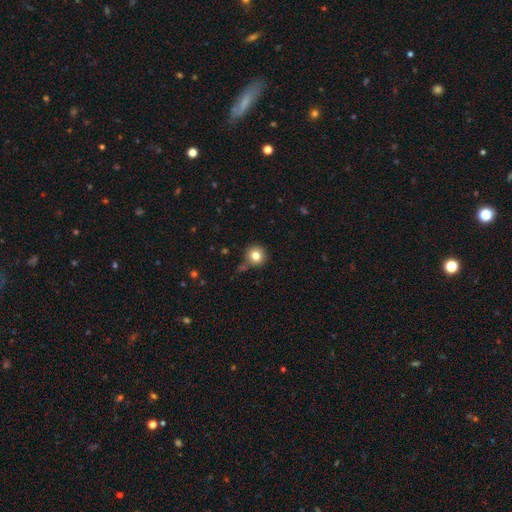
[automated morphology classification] A smooth galaxy with no disk features (80%) that is round (94%). Merging: none (78%).